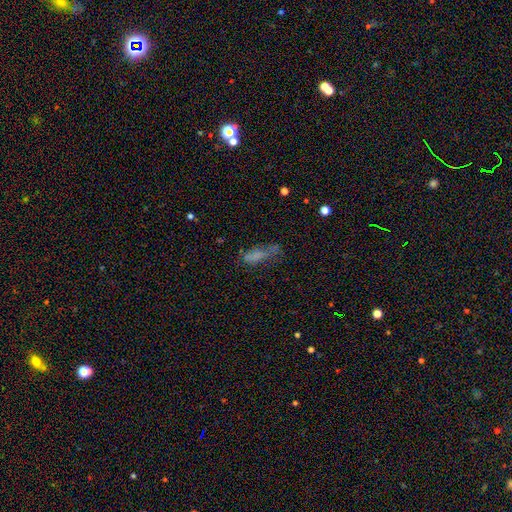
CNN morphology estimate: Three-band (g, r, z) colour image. It shows a smooth galaxy with no disk features (63%) that is in between round and cigar-shaped (51%). Merging: none (38%).